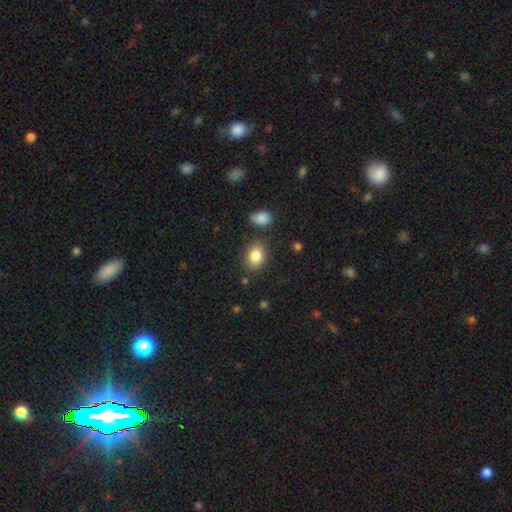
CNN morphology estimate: A smooth galaxy with no disk features (84%) that is in between round and cigar-shaped (71%).

Vote fractions:
- Smooth or featured? smooth: 84% / star or artifact: 9% / featured or disk: 7%
- How rounded? in between: 71% / round: 28% / cigar-shaped: 1%
- Merging? none: 81% / minor disturbance: 11% / merger: 5% / major disturbance: 3%